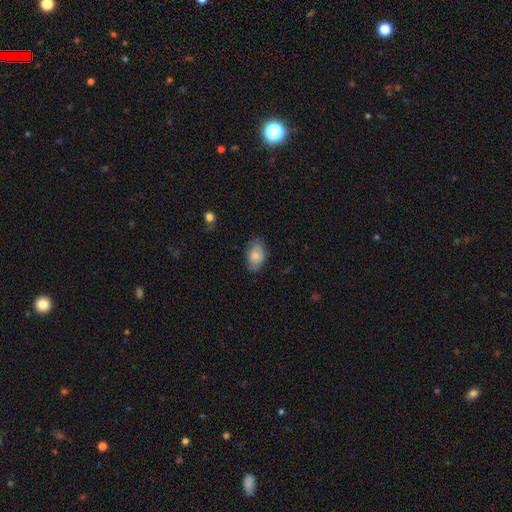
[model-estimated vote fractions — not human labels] Smooth or featured? smooth (79%)
How rounded? in between (91%)
Merging? none (76%)